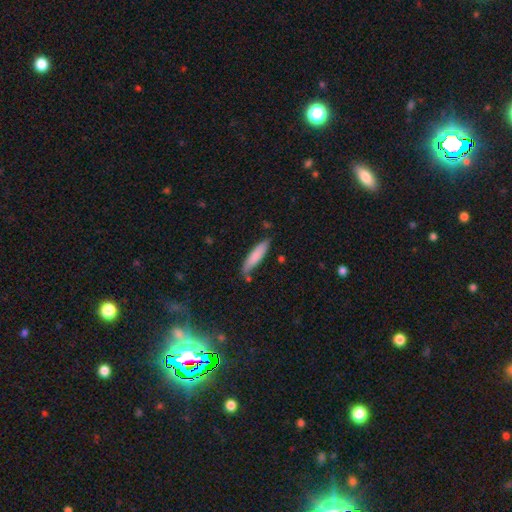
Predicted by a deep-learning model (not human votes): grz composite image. It shows a smooth galaxy with no disk features (80%) that is cigar-shaped (80%). Merging: none (71%).